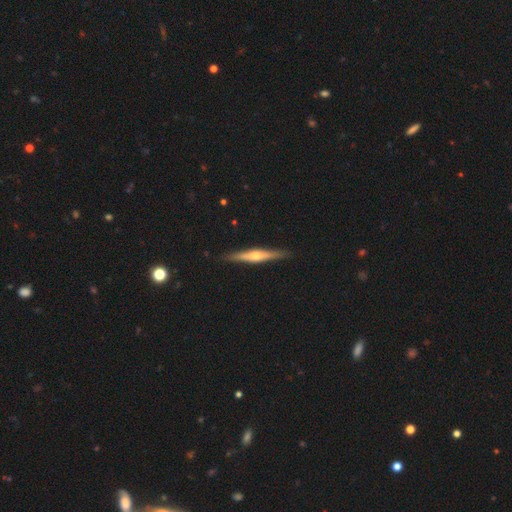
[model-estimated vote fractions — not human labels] Morphology: type=featured or disk (67%); edge-on=yes (97%); edge-on bulge=rounded (87%); merging=none (90%).